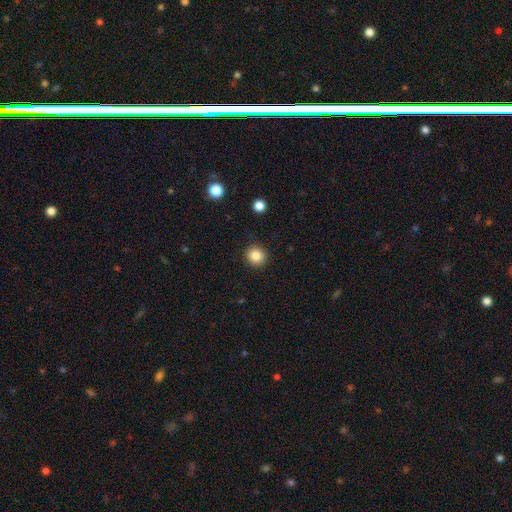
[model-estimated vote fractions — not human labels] This is clearly a smooth galaxy (85%). How rounded: clearly round (90%). Merging: clearly none (90%).